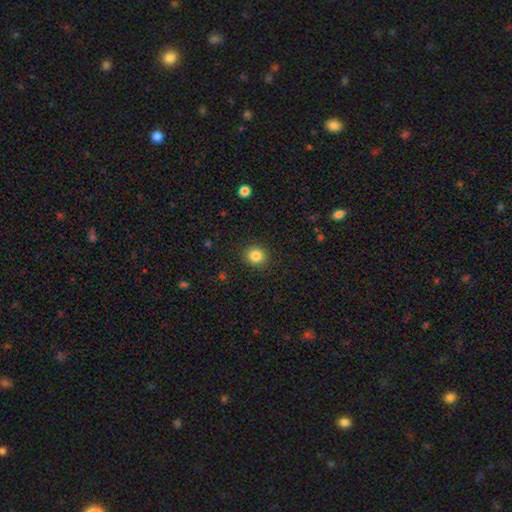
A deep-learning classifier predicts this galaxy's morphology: smooth_or_featured: smooth (p=0.84) [alt: star or artifact p=0.11]
how_rounded: round (p=0.87) [alt: in between p=0.12]
merging: none (p=0.90) [alt: minor disturbance p=0.06]